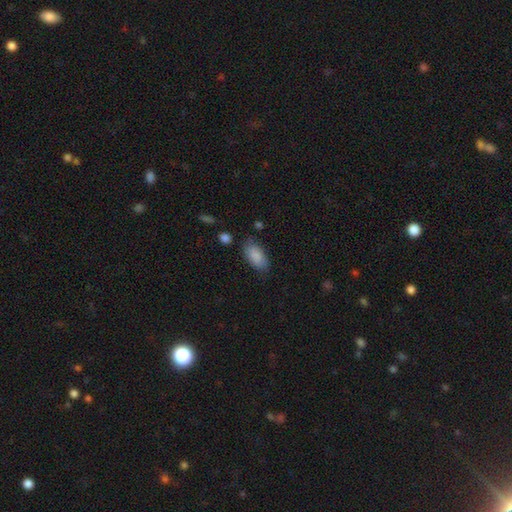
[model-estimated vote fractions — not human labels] A smooth galaxy with no disk features (87%) that is in between round and cigar-shaped (93%). Merging: none (75%).